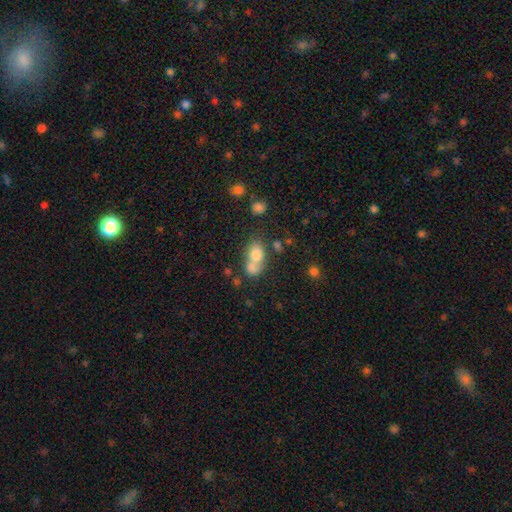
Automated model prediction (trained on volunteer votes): This is likely a smooth galaxy (72%). How rounded: likely in between (61%). Merging: possibly merger (59%).